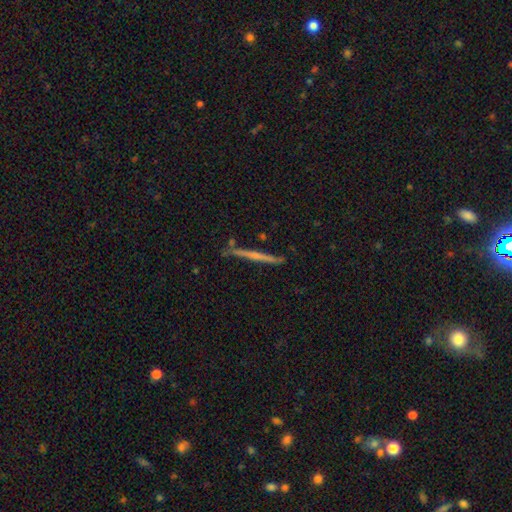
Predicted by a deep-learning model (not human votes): featured or disk 61%, smooth 32%, star or artifact 7%. Down the decision tree: edge-on disk — yes (97%); edge-on bulge — none (64%); merging — none (84%).